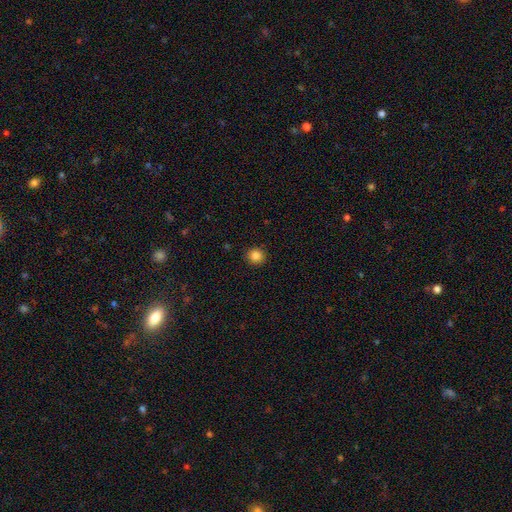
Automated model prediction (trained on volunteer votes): This is clearly a smooth galaxy (84%). How rounded: clearly round (92%). Merging: clearly none (92%).